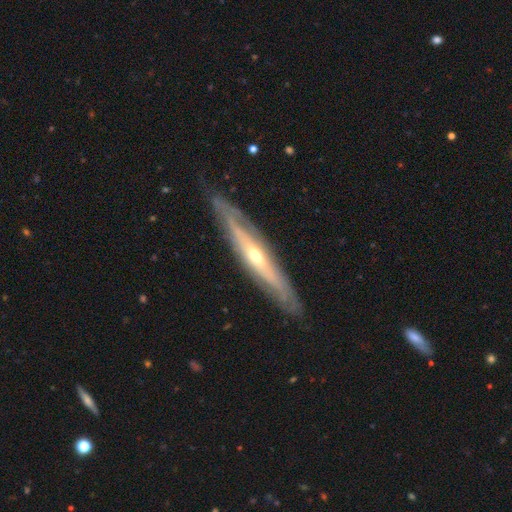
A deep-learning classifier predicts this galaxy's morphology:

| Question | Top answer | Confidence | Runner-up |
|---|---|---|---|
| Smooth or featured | featured or disk | 79% | smooth (15%) |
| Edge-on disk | yes | 67% | no (33%) |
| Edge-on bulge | rounded | 77% | none (21%) |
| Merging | none | 82% | minor disturbance (13%) |